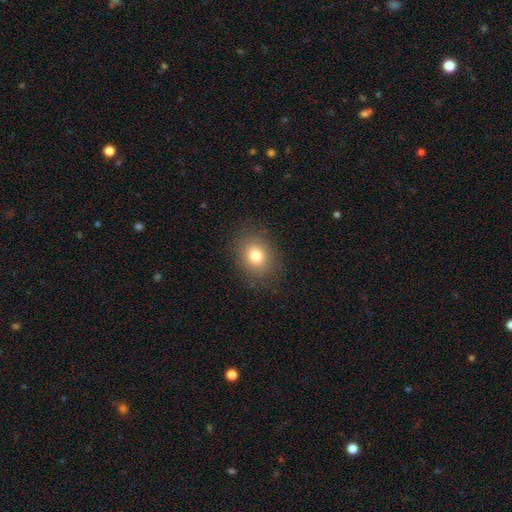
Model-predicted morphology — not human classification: The model was most divided on "how rounded": in between: 50%, round: 49%, cigar-shaped: 1%. More confident: merging — none (85%); smooth or featured — smooth (79%).